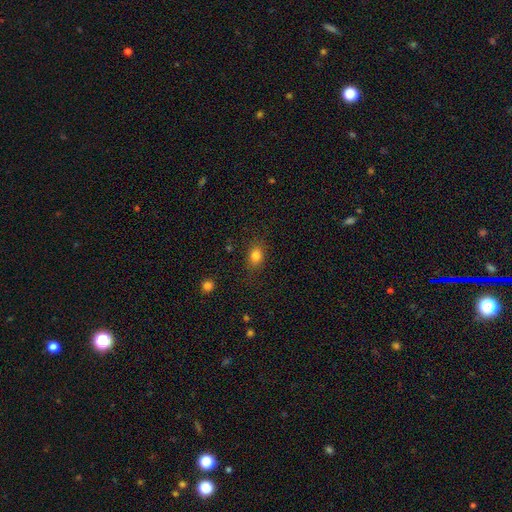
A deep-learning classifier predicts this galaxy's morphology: The model was most divided on "how rounded": in between: 64%, round: 35%, cigar-shaped: 2%. More confident: smooth or featured — smooth (82%); merging — none (82%).